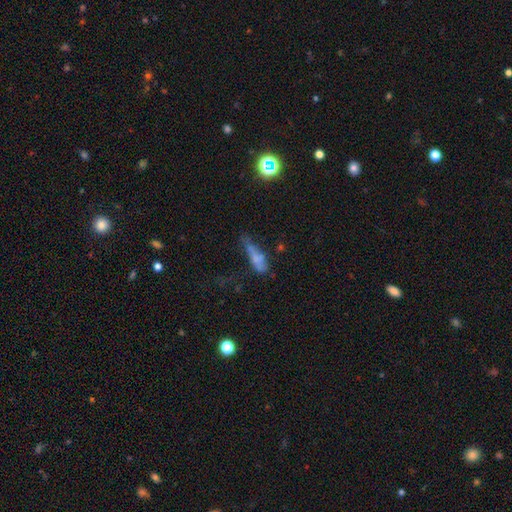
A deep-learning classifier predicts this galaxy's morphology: smooth-or-featured: smooth: 58% | featured or disk: 26% | star or artifact: 16%
  how-rounded: cigar-shaped: 58% | in between: 38% | round: 4%
  merging: none: 32% | major disturbance: 30% | minor disturbance: 29% | merger: 10%